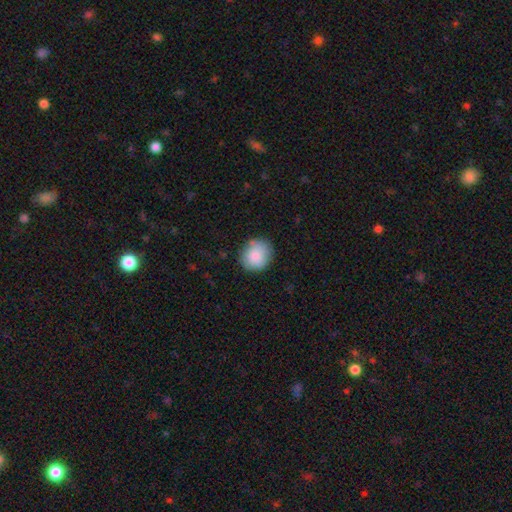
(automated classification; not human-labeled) smooth_or_featured: smooth (p=0.86) [alt: featured or disk p=0.07]
how_rounded: round (p=0.82) [alt: in between p=0.17]
merging: none (p=0.79) [alt: minor disturbance p=0.16]